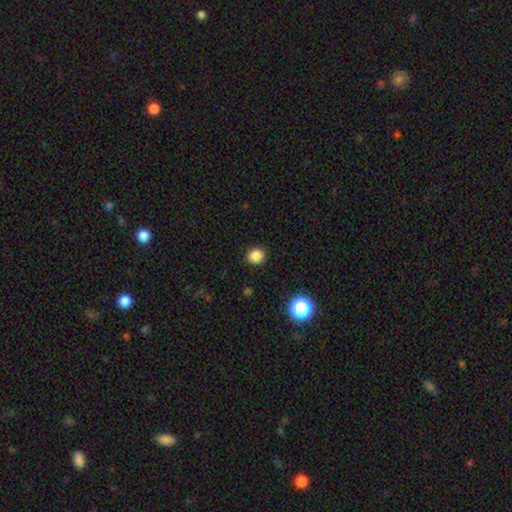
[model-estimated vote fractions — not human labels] Smooth or featured: smooth — 85% (star or artifact — 12%)
How rounded: round — 85% (in between — 14%)
Merging: none — 91% (minor disturbance — 6%)